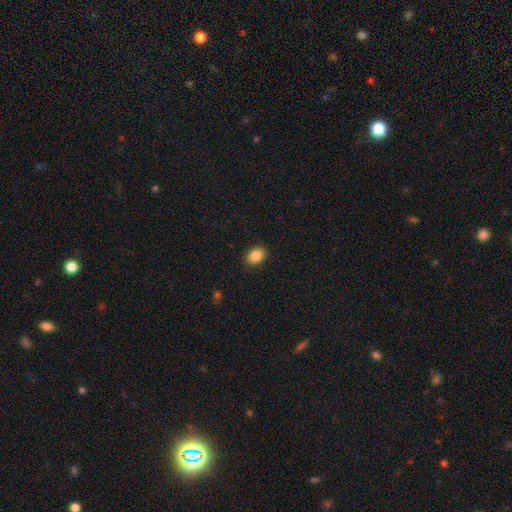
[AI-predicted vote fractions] A smooth galaxy with no disk features (86%) that is in between round and cigar-shaped (73%). Merging: none (89%).